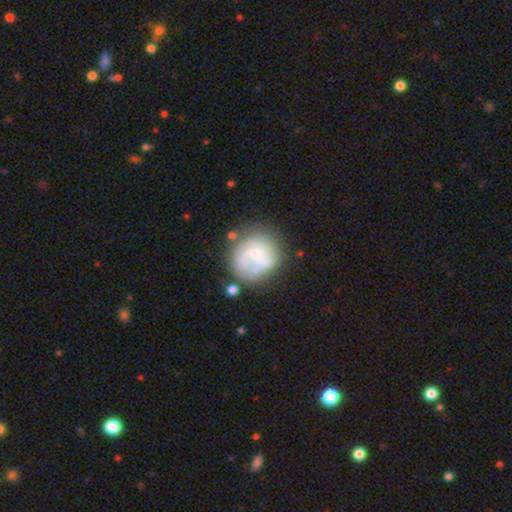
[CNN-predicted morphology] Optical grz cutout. It shows a featured or disk galaxy (51%) with no bar (71%), spiral arms (50%, tied with no) and a small central bulge (59%). Merging: none (53%).